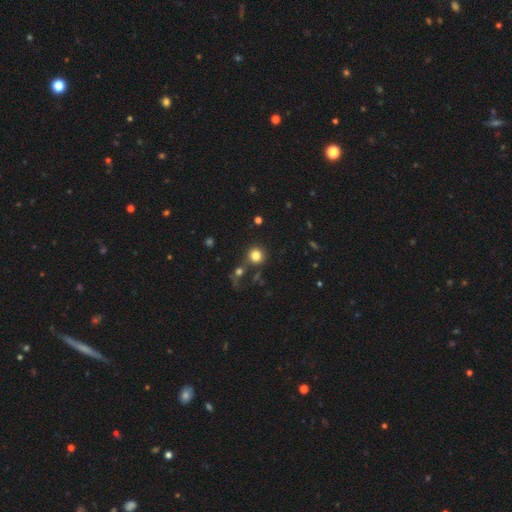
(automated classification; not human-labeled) The model was most divided on "merging": none: 73%, merger: 13%, minor disturbance: 9%, major disturbance: 5%. More confident: how rounded — round (90%); smooth or featured — smooth (81%).